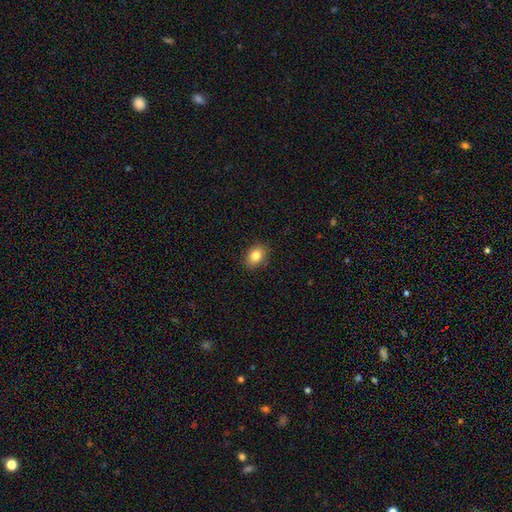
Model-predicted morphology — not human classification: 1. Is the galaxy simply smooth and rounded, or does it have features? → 83% smooth, 9% star or artifact, 8% featured or disk.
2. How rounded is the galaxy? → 68% in between, 31% round, 1% cigar-shaped.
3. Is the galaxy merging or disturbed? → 87% none, 10% minor disturbance, 2% major disturbance, 1% merger.